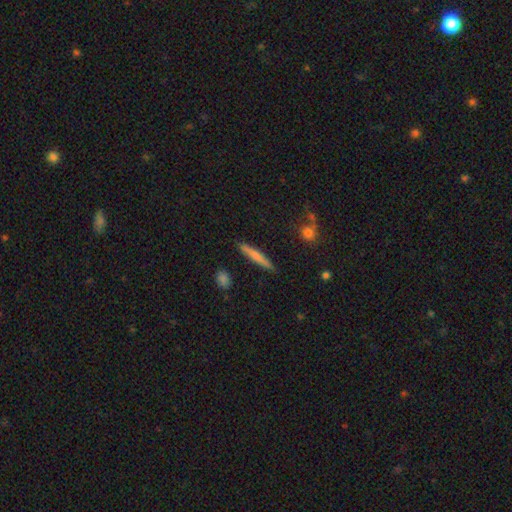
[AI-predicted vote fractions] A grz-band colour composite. It shows a smooth galaxy with no disk features (66%) that is cigar-shaped (93%). Merging: none (87%).